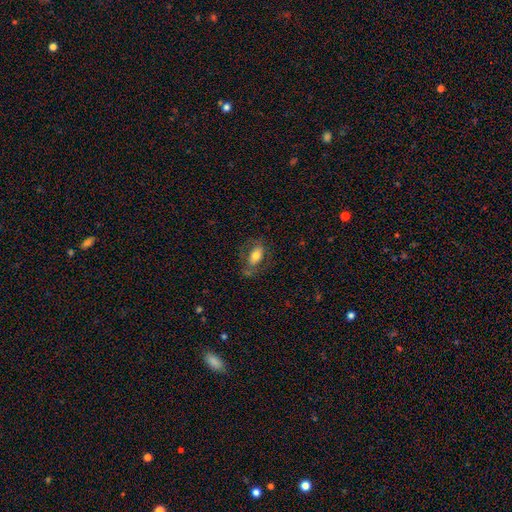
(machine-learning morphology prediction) type=smooth (63%); roundness=in between (89%); merging=none (63%).